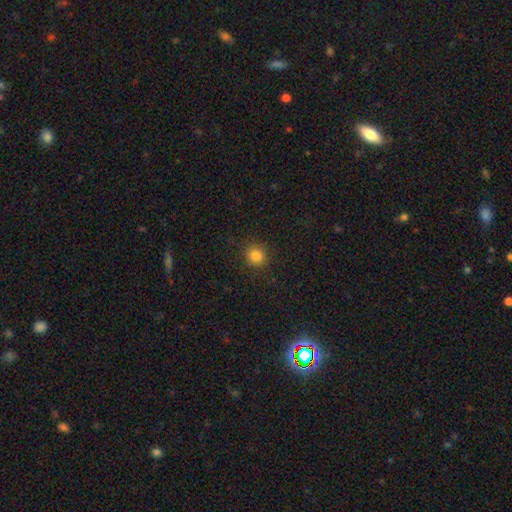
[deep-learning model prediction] Smooth or featured?
  - smooth: 83% *
  - star or artifact: 12%
  - featured or disk: 4%
How rounded?
  - round: 85% *
  - in between: 14%
  - cigar-shaped: 1%
Merging?
  - none: 89% *
  - minor disturbance: 7%
  - major disturbance: 2%
  - merger: 1%